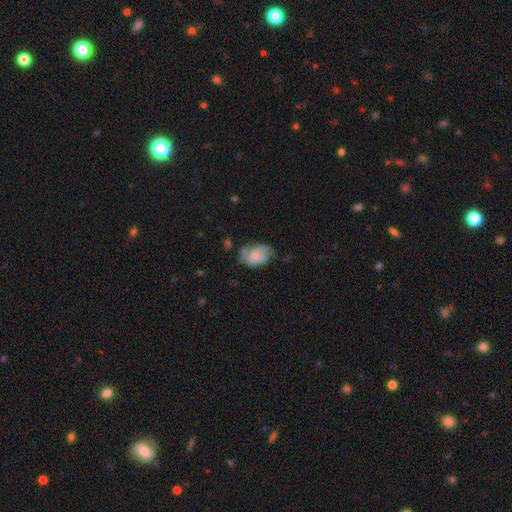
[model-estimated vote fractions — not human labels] This appears to be a smooth galaxy with no disk features (46%, tied with featured or disk). Merging: none (47%).